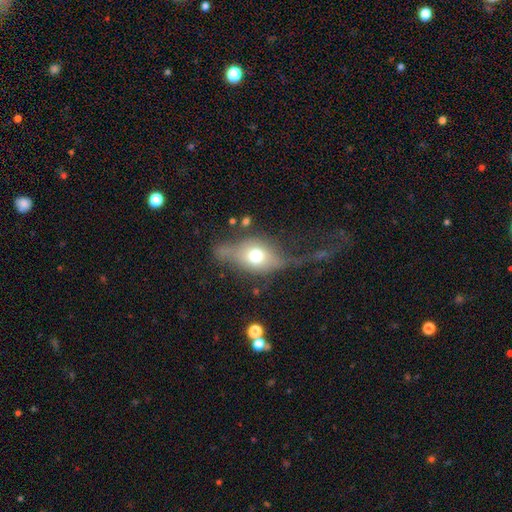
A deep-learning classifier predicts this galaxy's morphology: type=smooth (48%); merging=none (37%).